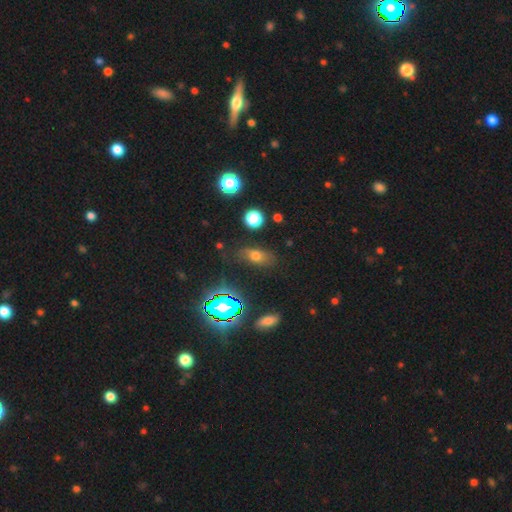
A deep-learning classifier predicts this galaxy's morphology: Smooth or featured?
  - smooth: 63% *
  - star or artifact: 21%
  - featured or disk: 16%
How rounded?
  - in between: 78% *
  - round: 13%
  - cigar-shaped: 9%
Merging?
  - none: 71% *
  - minor disturbance: 18%
  - major disturbance: 7%
  - merger: 4%